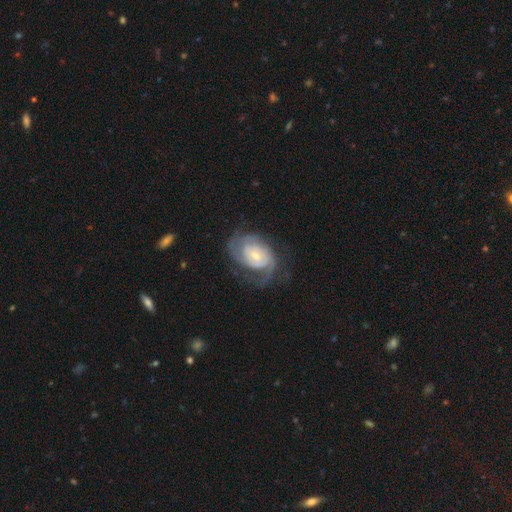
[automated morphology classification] The model was most divided on "spiral arm count": 2: 40%, can't tell: 26%, 3: 18%, 1: 6%, 4: 6%, more than 4: 4%. More confident: edge-on disk — no (97%); spiral arms — yes (94%); smooth or featured — featured or disk (84%); bar — no (60%); merging — none (59%); bulge size — small (59%); spiral winding — tight (54%).